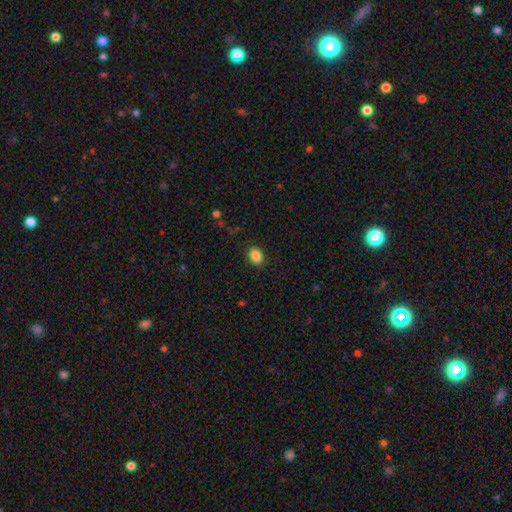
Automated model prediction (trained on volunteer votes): A smooth galaxy with no disk features (87%) that is in between round and cigar-shaped (63%). Merging: none (89%).